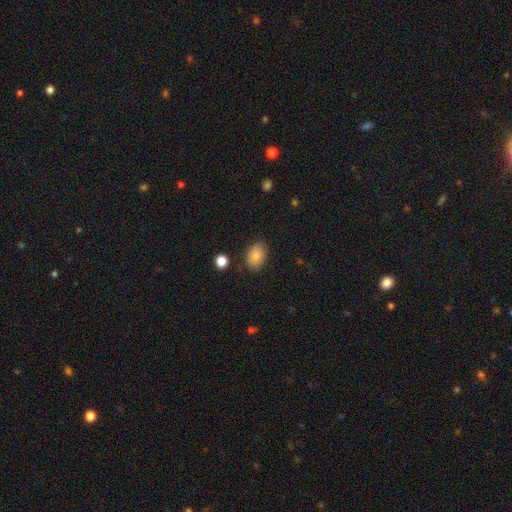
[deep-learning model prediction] Smooth or featured? smooth (82%)
How rounded? in between (74%)
Merging? none (82%)